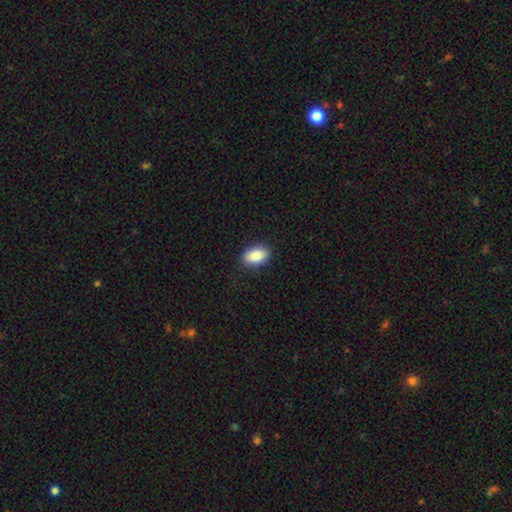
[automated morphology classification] Overall: smooth (87%). How rounded: in between (89%). Merging: none (88%).